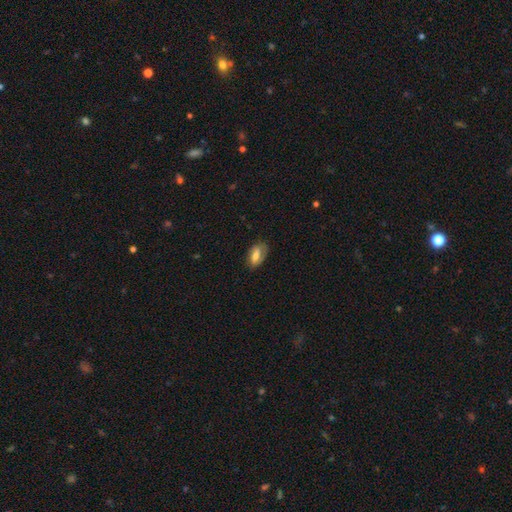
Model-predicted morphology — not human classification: Smooth or featured?
  - smooth: 63% *
  - featured or disk: 29%
  - star or artifact: 8%
How rounded?
  - in between: 88% *
  - cigar-shaped: 6%
  - round: 6%
Merging?
  - none: 70% *
  - minor disturbance: 22%
  - major disturbance: 6%
  - merger: 2%